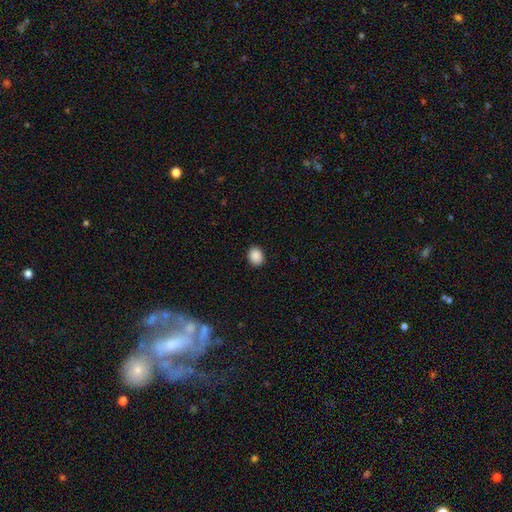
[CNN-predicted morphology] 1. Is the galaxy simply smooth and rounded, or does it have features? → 89% smooth, 9% star or artifact, 2% featured or disk.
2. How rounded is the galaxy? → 59% round, 40% in between, 1% cigar-shaped.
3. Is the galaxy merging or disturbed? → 90% none, 7% minor disturbance, 2% major disturbance, 1% merger.